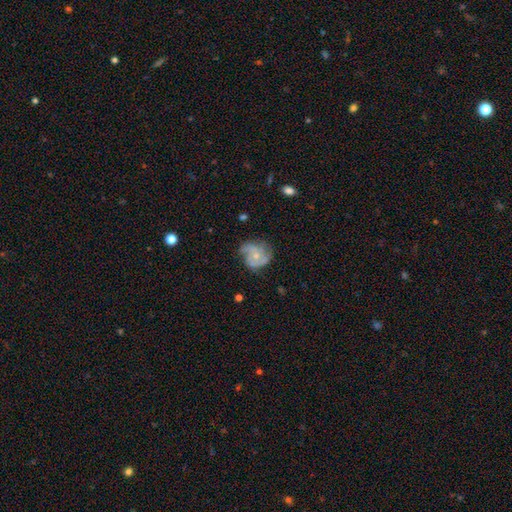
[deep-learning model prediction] A featured or disk galaxy (71%) with no bar (78%), 2 (37%) medium (46%) spiral arms (90%) and a small central bulge (66%). Merging: none (59%).